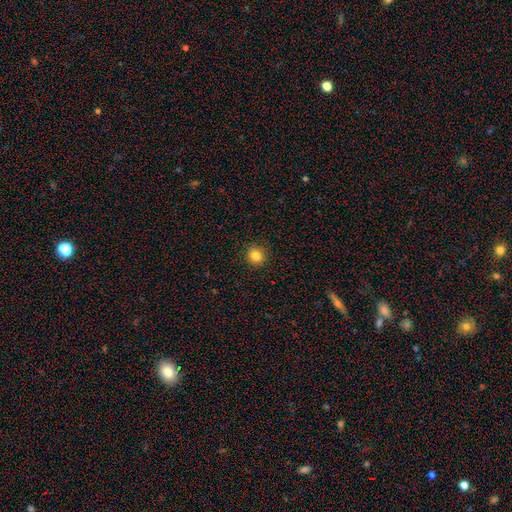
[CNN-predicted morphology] type=smooth (83%); roundness=round (90%); merging=none (91%).